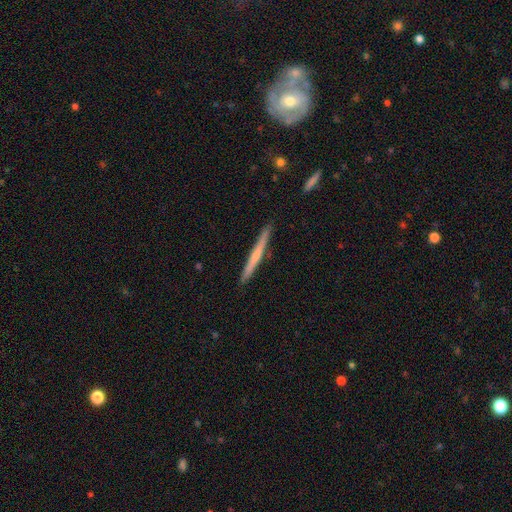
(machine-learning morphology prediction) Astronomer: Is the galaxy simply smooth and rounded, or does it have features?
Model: smooth — 49% (runner-up: featured or disk, 46%).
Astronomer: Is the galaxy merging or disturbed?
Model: none — 91%.